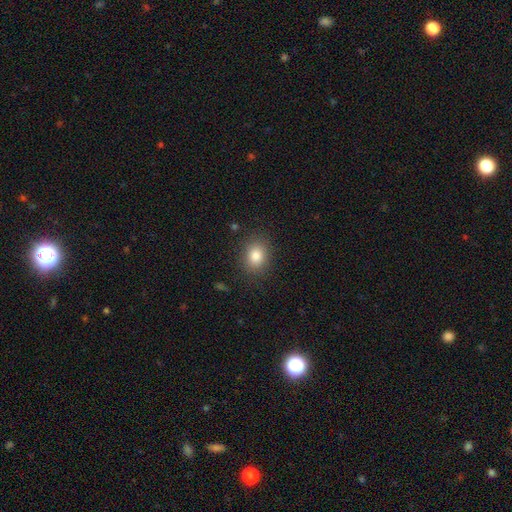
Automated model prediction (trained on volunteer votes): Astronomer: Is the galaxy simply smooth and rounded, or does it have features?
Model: smooth — 84%.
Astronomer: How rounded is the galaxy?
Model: in between — 55% (runner-up: round, 44%).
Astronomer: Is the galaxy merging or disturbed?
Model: none — 85%.